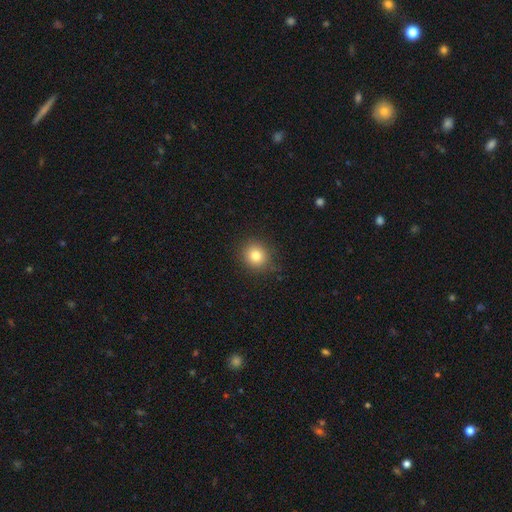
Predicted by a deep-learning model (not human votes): smooth_or_featured: smooth (p=0.81) [alt: star or artifact p=0.12]
how_rounded: round (p=0.86) [alt: in between p=0.14]
merging: none (p=0.86) [alt: minor disturbance p=0.10]